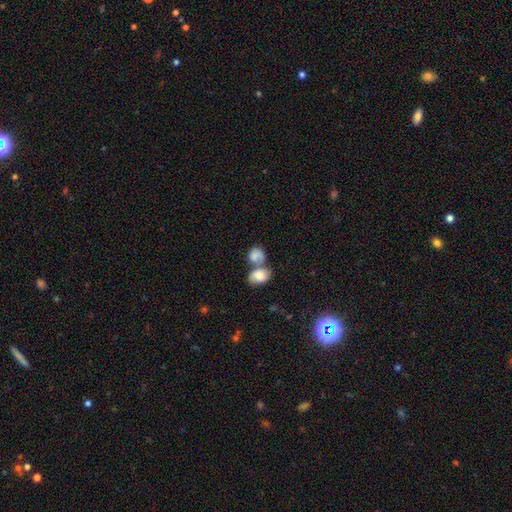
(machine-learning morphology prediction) smooth-or-featured: smooth: 74% | featured or disk: 18% | star or artifact: 8%
  how-rounded: in between: 61% | round: 38% | cigar-shaped: 1%
  merging: merger: 71% | none: 16% | minor disturbance: 7% | major disturbance: 6%